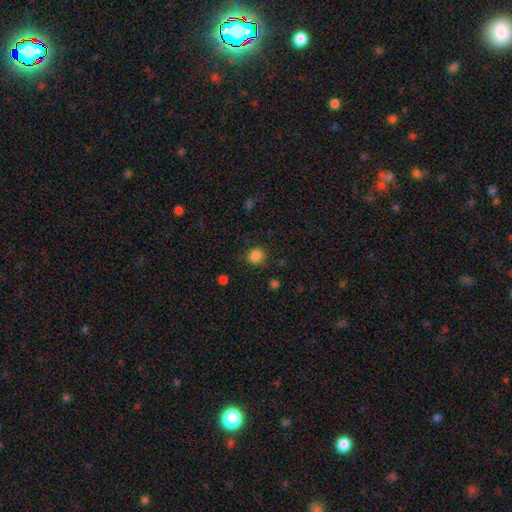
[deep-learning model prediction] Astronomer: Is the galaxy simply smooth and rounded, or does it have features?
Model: smooth — 84%.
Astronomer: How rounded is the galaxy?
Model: round — 89%.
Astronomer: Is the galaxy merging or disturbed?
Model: none — 84%.